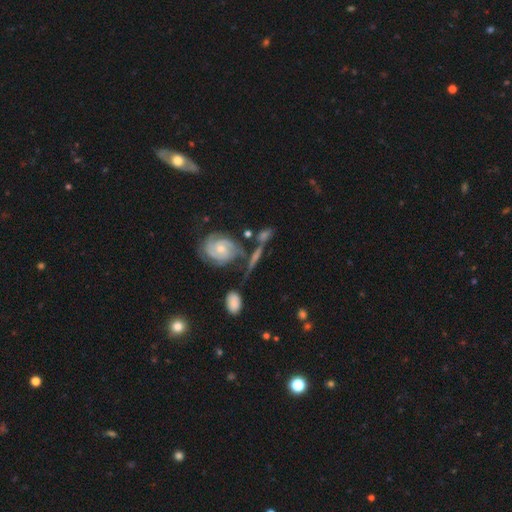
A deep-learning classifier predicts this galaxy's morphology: smooth-or-featured: featured or disk: 70% | smooth: 19% | star or artifact: 12%
  disk-edge-on: no: 75% | yes: 25%
    bar: no: 61% | weak: 28% | strong: 11%
    has-spiral-arms: yes: 86% | no: 14%
    bulge-size: small: 54% | moderate: 36% | none: 5% | large: 4% | dominant: 2%
  merging: none: 56% | merger: 20% | minor disturbance: 16% | major disturbance: 9%